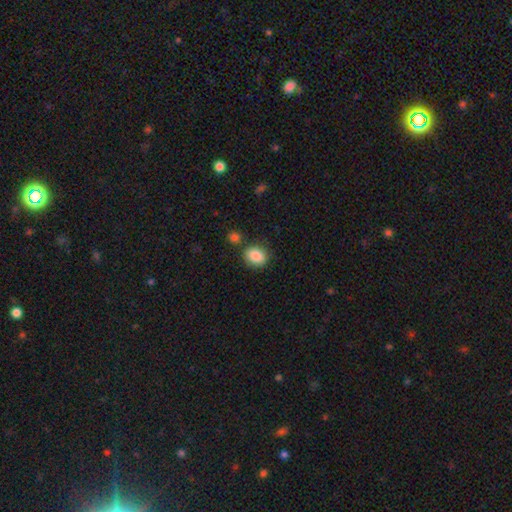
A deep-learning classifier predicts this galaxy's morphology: A smooth galaxy with no disk features (87%) that is in between round and cigar-shaped (54%).

Vote fractions:
- Smooth or featured? smooth: 87% / star or artifact: 8% / featured or disk: 5%
- How rounded? in between: 54% / round: 45% / cigar-shaped: 1%
- Merging? none: 75% / minor disturbance: 13% / merger: 8% / major disturbance: 4%